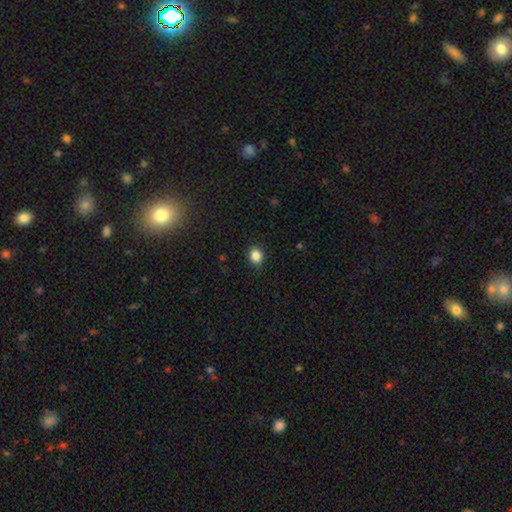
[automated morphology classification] smooth-or-featured: smooth: 86% | star or artifact: 11% | featured or disk: 4%
  how-rounded: round: 71% | in between: 28% | cigar-shaped: 1%
  merging: none: 89% | minor disturbance: 8% | major disturbance: 2% | merger: 1%